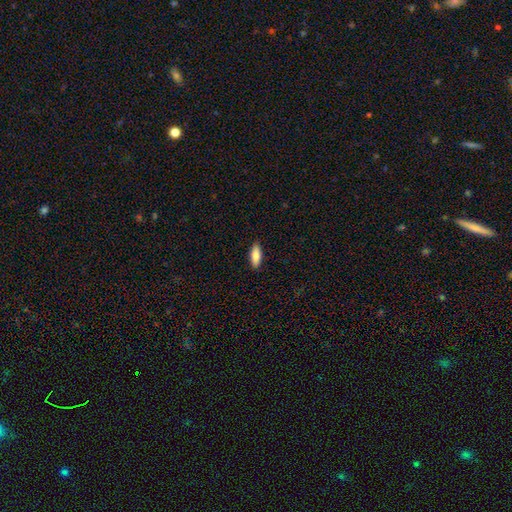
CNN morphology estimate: Smooth or featured? Predicted: smooth (p=0.85). How rounded? Predicted: in between (p=0.69). Merging? Predicted: none (p=0.89).